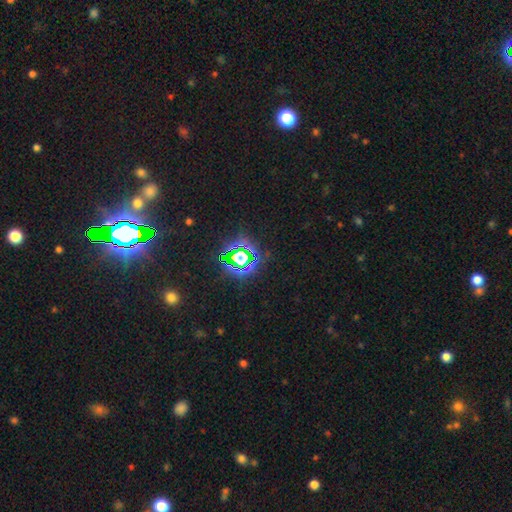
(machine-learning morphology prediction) Smooth or featured? star or artifact (82%)